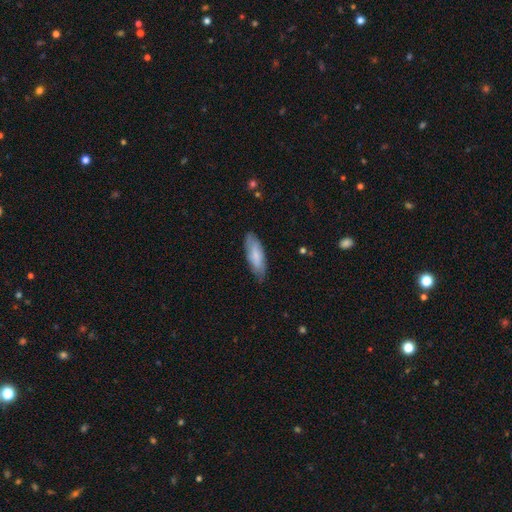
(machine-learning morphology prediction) smooth 71%, featured or disk 24%, star or artifact 6%. Down the decision tree: how rounded — in between (61%); merging — none (76%).